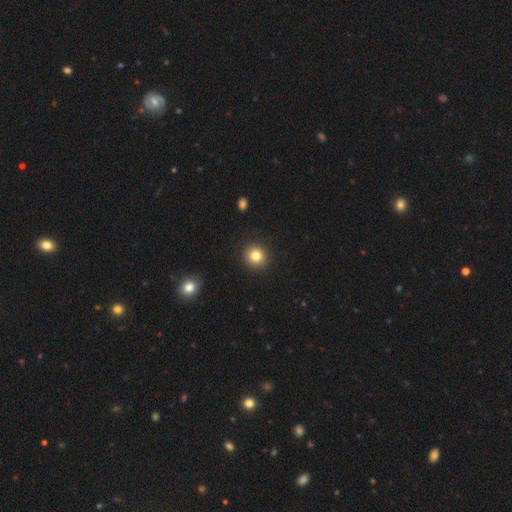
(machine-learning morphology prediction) smooth-or-featured: smooth: 82% | star or artifact: 11% | featured or disk: 7%
  how-rounded: round: 91% | in between: 8% | cigar-shaped: 1%
  merging: none: 91% | minor disturbance: 6% | major disturbance: 2% | merger: 1%